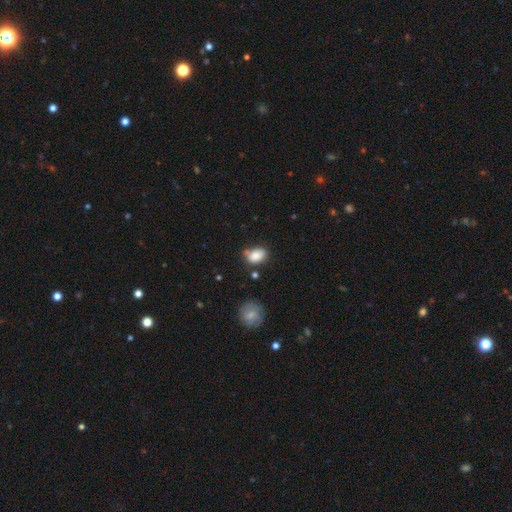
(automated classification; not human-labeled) The model was most divided on "merging": none: 55%, minor disturbance: 27%, merger: 10%, major disturbance: 7%. More confident: smooth or featured — smooth (84%); how rounded — in between (81%).